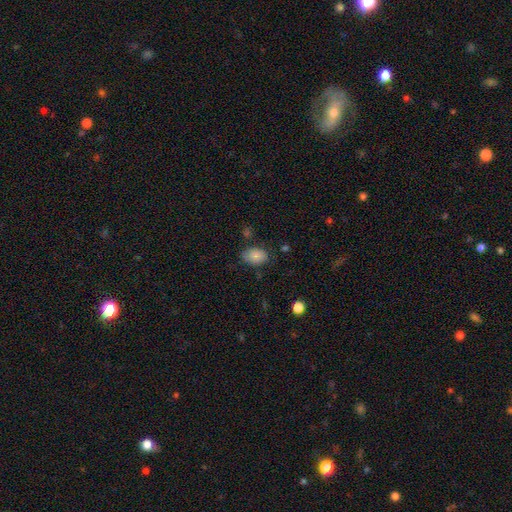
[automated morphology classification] type=smooth (84%); roundness=in between (86%); merging=none (74%).